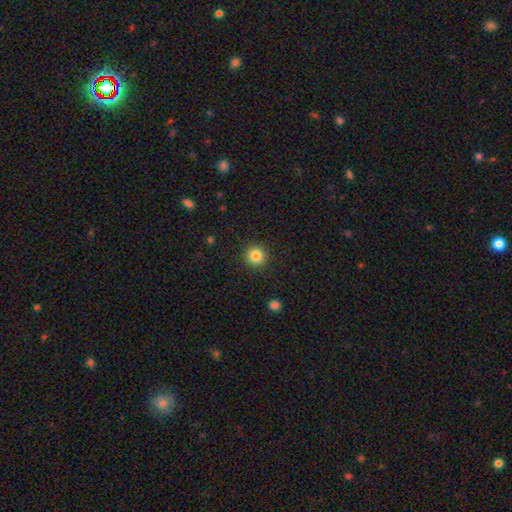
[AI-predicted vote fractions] A smooth galaxy with no disk features (84%) that is round (92%). Merging: none (91%).